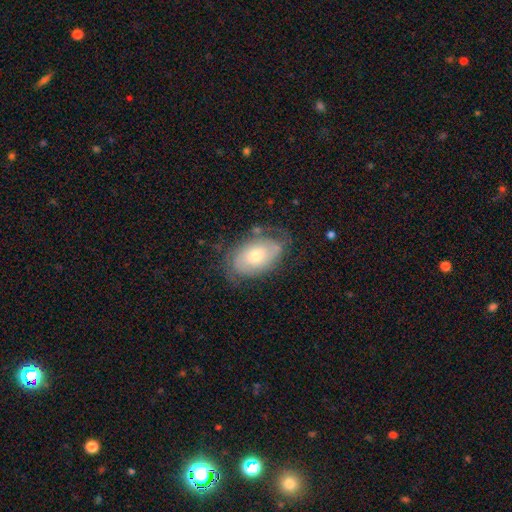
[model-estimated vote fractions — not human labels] featured or disk 55%, smooth 38%, star or artifact 7%. Down the decision tree: edge-on disk — no (93%); bar — no (75%); spiral arms — yes (71%); bulge size — moderate (65%); merging — none (66%).